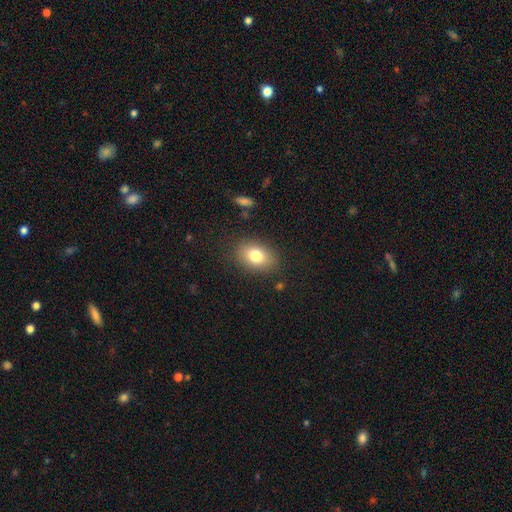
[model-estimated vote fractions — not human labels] A smooth galaxy with no disk features (78%) that is in between round and cigar-shaped (81%). Merging: none (84%).